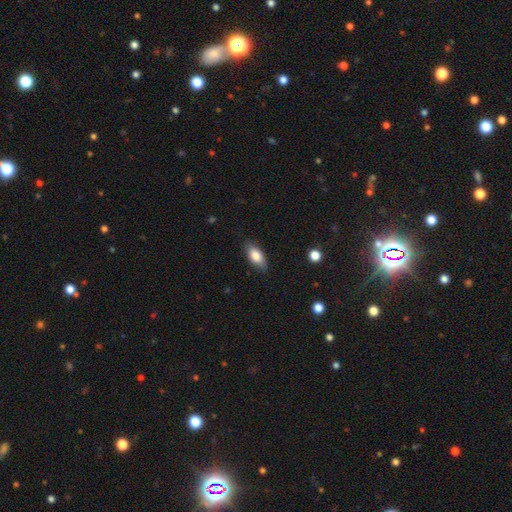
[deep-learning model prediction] Smooth or featured: smooth — 80% (featured or disk — 13%)
How rounded: in between — 87% (cigar-shaped — 9%)
Merging: none — 81% (minor disturbance — 15%)